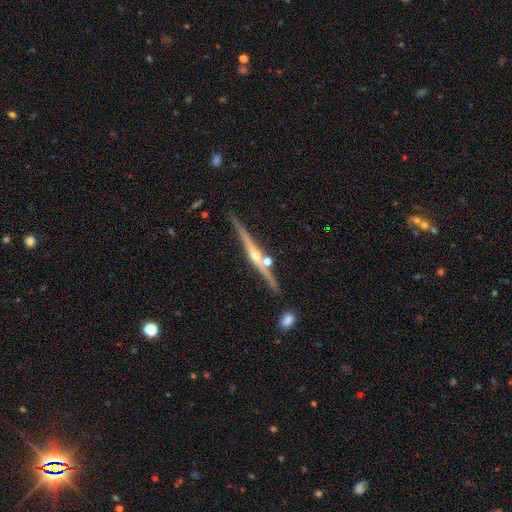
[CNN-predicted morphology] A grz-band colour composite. It shows a featured or disk galaxy (81%) viewed edge-on (98%) with a rounded central bulge (88%). Merging: none (79%).